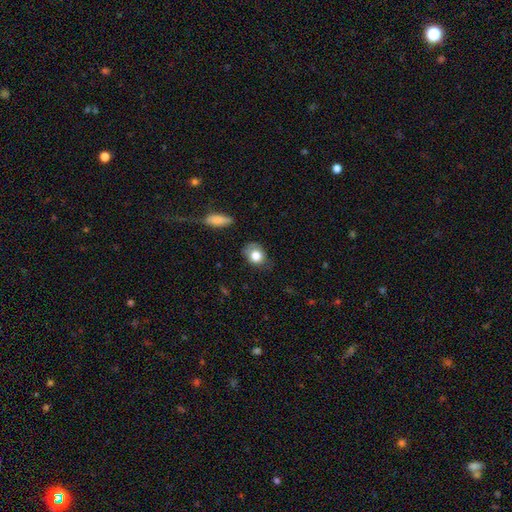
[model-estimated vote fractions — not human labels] This appears to be a smooth galaxy with no disk features (79%) that is round (55%). Merging: none (58%).